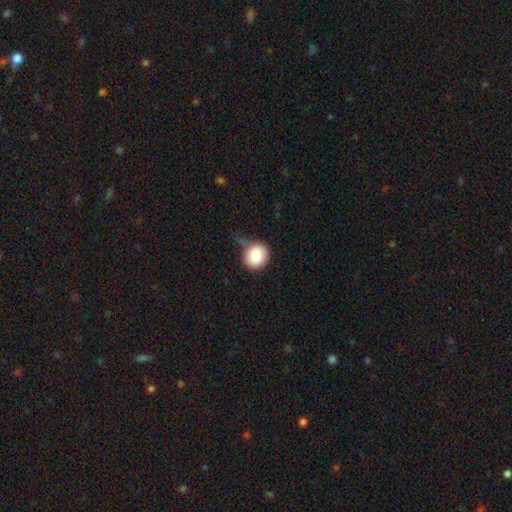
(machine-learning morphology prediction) Smooth or featured? Predicted: smooth (p=0.85). How rounded? Predicted: round (p=0.86). Merging? Predicted: none (p=0.40).